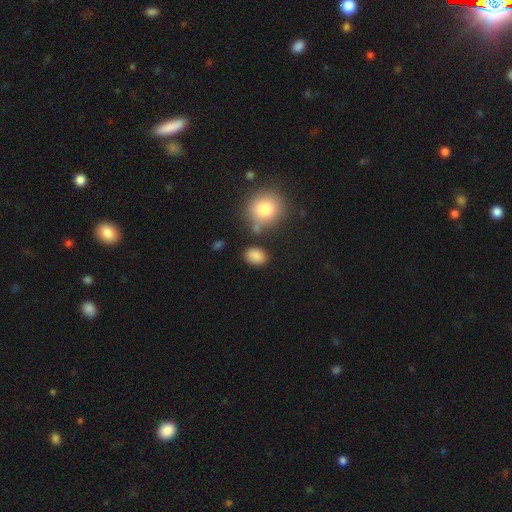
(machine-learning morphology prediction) Overall: smooth (86%). How rounded: in between (75%). Merging: none (80%).